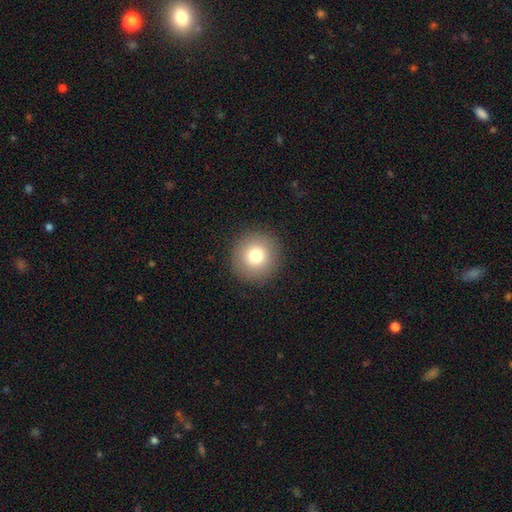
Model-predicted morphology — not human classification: A smooth galaxy with no disk features (78%) that is round (95%).

Vote fractions:
- Smooth or featured? smooth: 78% / star or artifact: 11% / featured or disk: 11%
- How rounded? round: 95% / in between: 4% / cigar-shaped: 1%
- Merging? none: 92% / minor disturbance: 5% / major disturbance: 2% / merger: 1%